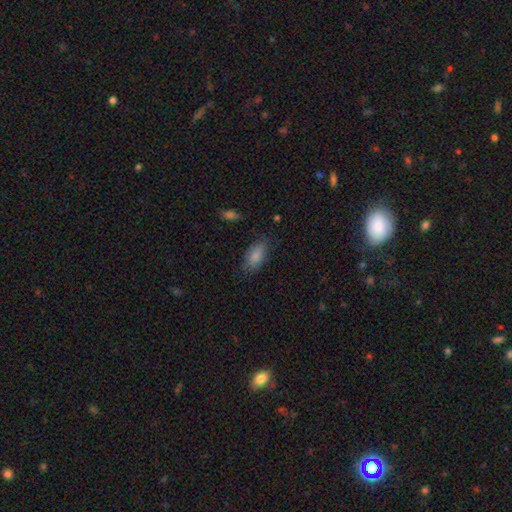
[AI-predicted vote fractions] Morphology: type=smooth (85%); roundness=in between (91%); merging=none (76%).